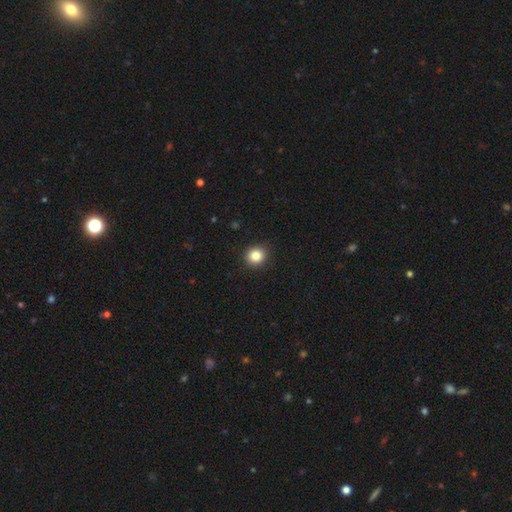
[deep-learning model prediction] smooth_or_featured: smooth (p=0.84) [alt: star or artifact p=0.11]
how_rounded: round (p=0.85) [alt: in between p=0.14]
merging: none (p=0.91) [alt: minor disturbance p=0.06]